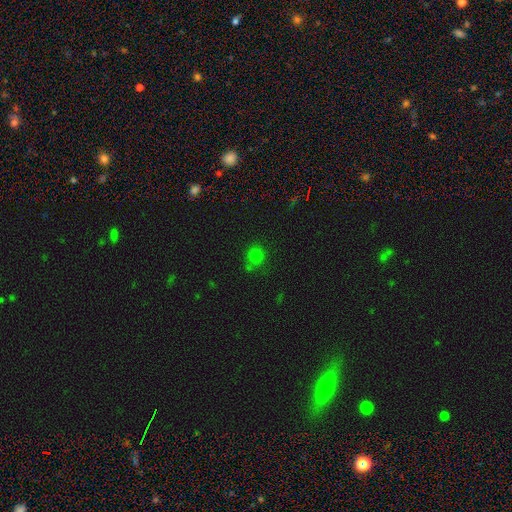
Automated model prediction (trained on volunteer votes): Smooth or featured?
  - smooth: 74% *
  - star or artifact: 20%
  - featured or disk: 6%
How rounded?
  - round: 87% *
  - in between: 12%
  - cigar-shaped: 1%
Merging?
  - none: 73% *
  - minor disturbance: 14%
  - merger: 9%
  - major disturbance: 4%